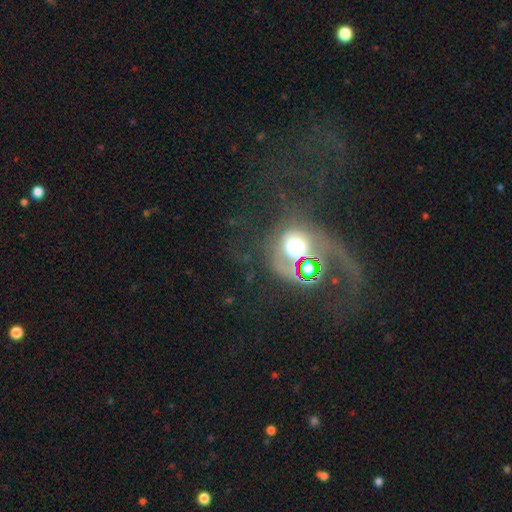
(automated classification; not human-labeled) Smooth or featured: featured or disk — 55% (smooth — 23%)
Edge-on disk: no — 96% (yes — 4%)
Bar: no — 72% (weak — 19%)
Spiral arms: yes — 60% (no — 40%)
Bulge size: moderate — 52% (large — 21%)
Merging: major disturbance — 40% (merger — 30%)